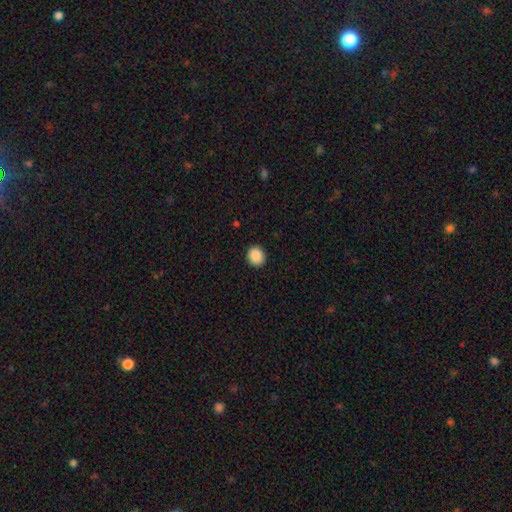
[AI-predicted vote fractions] The model was most divided on "how rounded": round: 73%, in between: 26%, cigar-shaped: 1%. More confident: merging — none (91%); smooth or featured — smooth (89%).